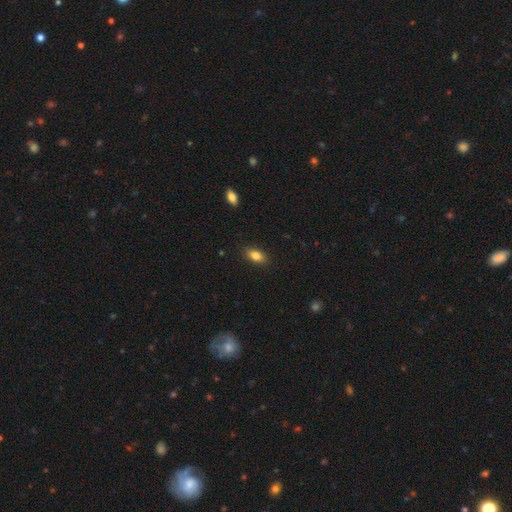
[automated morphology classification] Overall: smooth (85%). How rounded: in between (89%). Merging: none (88%).